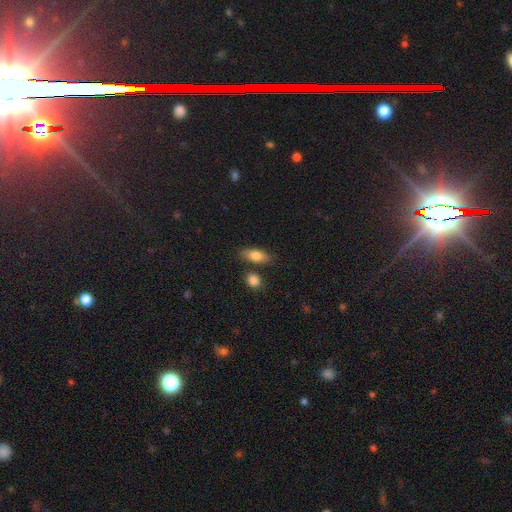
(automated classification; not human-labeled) A smooth galaxy with no disk features (79%) that is in between round and cigar-shaped (77%).

Vote fractions:
- Smooth or featured? smooth: 79% / featured or disk: 14% / star or artifact: 7%
- How rounded? in between: 77% / cigar-shaped: 17% / round: 5%
- Merging? none: 76% / minor disturbance: 12% / merger: 8% / major disturbance: 3%